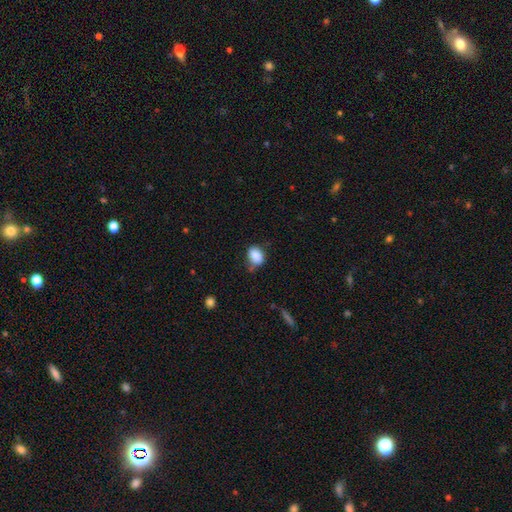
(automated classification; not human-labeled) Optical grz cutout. It shows a smooth galaxy with no disk features (86%) that is in between round and cigar-shaped (66%). Merging: none (63%).